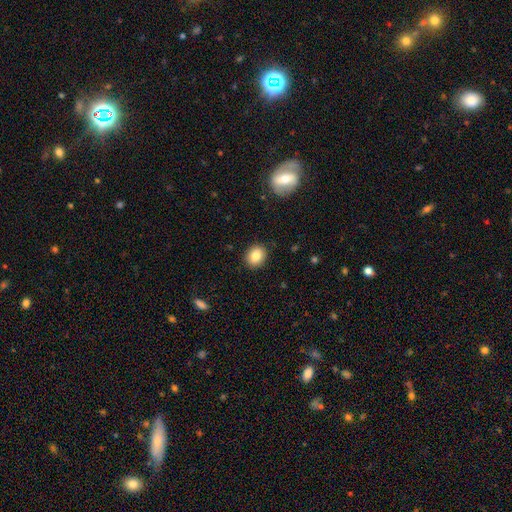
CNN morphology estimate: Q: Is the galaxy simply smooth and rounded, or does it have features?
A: smooth — 84%.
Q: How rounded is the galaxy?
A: round — 63%.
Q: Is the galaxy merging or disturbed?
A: none — 90%.